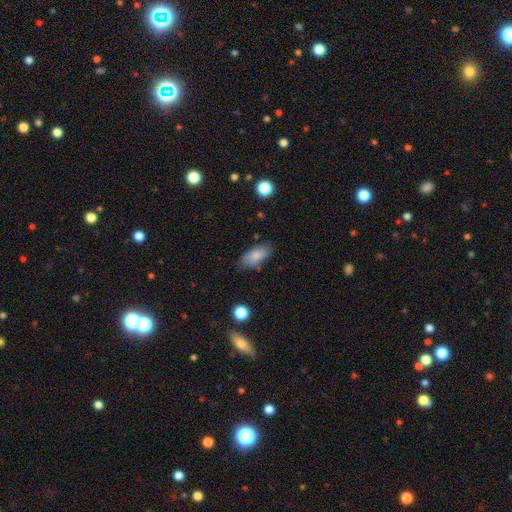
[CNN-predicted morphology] Overall: smooth (82%). How rounded: in between (88%). Merging: none (75%).